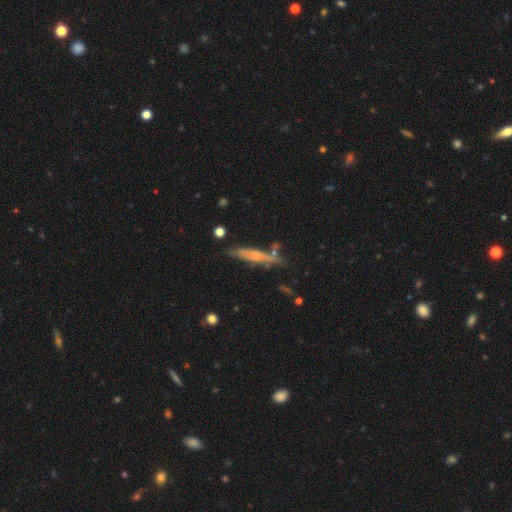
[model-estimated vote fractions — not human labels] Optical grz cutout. It shows a featured or disk galaxy (48%). Merging: none (67%).